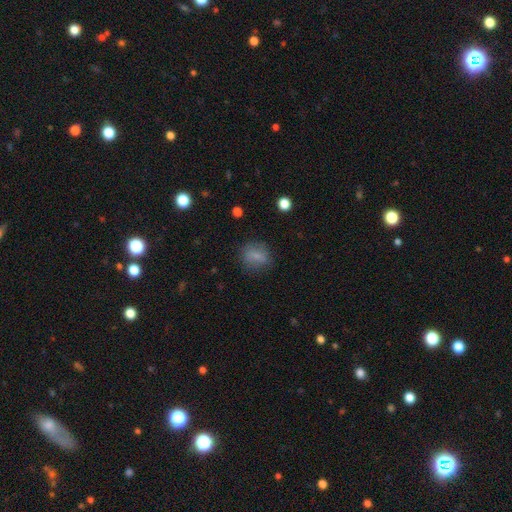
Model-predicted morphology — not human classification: type=smooth (75%); roundness=round (58%); merging=none (75%).